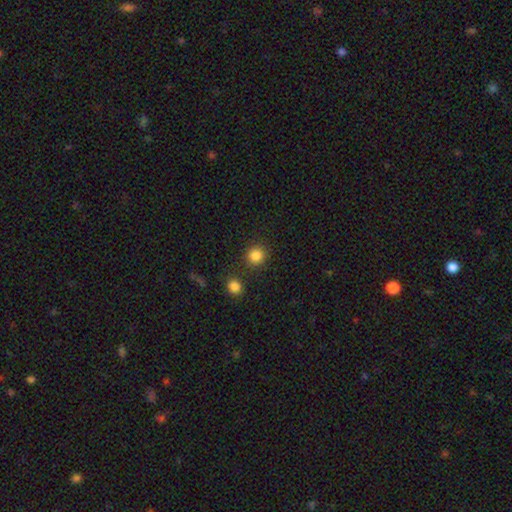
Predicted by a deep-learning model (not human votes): The model was most divided on "smooth or featured": smooth: 85%, star or artifact: 11%, featured or disk: 4%. More confident: how rounded — round (90%); merging — none (85%).